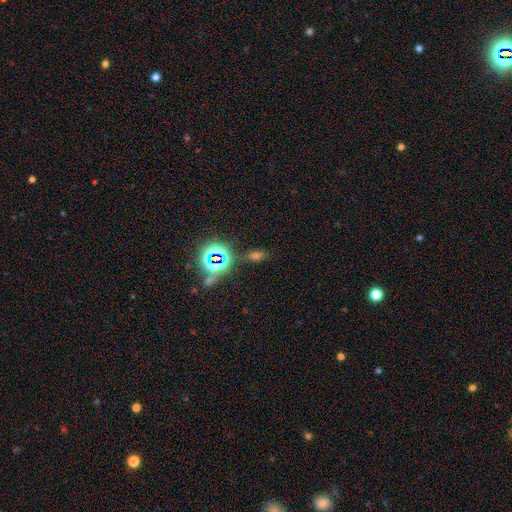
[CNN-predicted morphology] smooth_or_featured: smooth (p=0.47) [alt: star or artifact p=0.43]
merging: none (p=0.77) [alt: minor disturbance p=0.13]